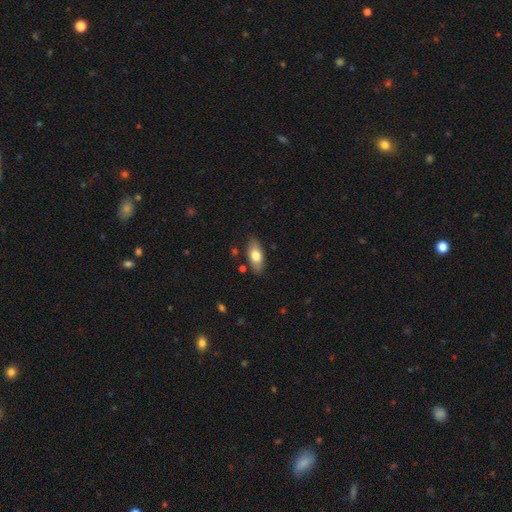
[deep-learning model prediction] A smooth galaxy with no disk features (74%) that is in between round and cigar-shaped (85%). Merging: none (84%).